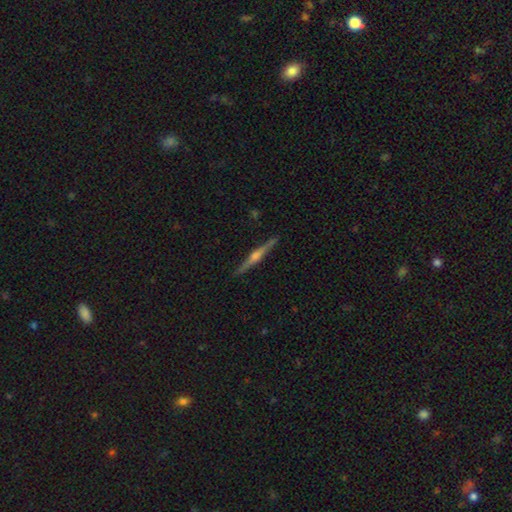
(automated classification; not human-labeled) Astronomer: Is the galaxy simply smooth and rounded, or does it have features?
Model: featured or disk — 82%.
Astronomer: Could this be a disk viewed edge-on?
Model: yes — 99%.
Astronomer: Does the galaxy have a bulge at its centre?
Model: rounded — 86%.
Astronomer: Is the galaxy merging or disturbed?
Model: none — 92%.